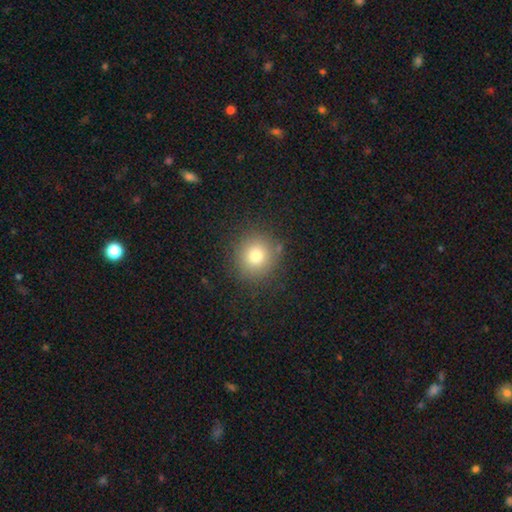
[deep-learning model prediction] Morphology: type=smooth (77%); roundness=round (91%); merging=none (86%).